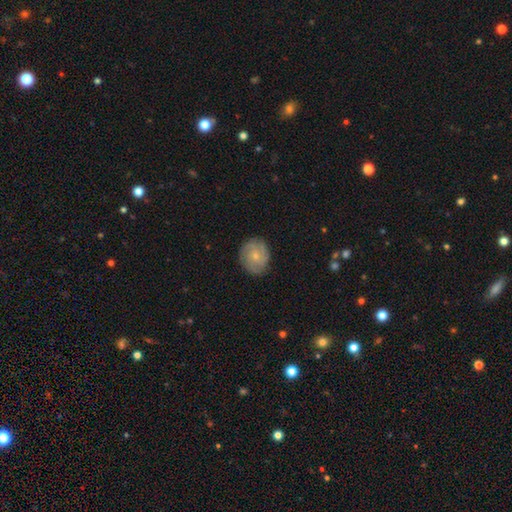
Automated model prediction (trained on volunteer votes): Morphology: type=featured or disk (63%); edge-on=no (98%); bar=no (77%); spiral arms=yes (92%); winding=tight (62%); arm count=3 (31%); bulge=small (69%); merging=none (83%).